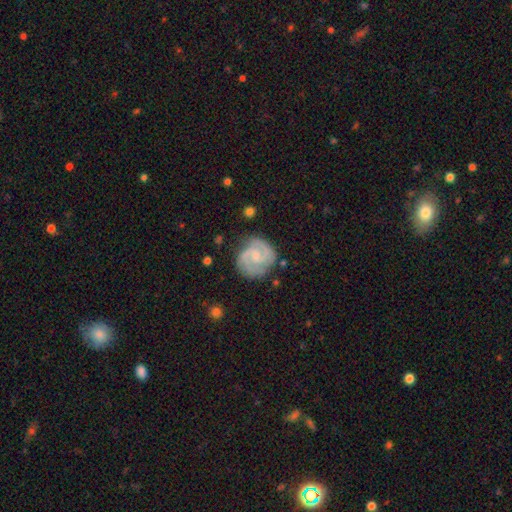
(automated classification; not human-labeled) Smooth or featured?
  - featured or disk: 88% *
  - smooth: 8%
  - star or artifact: 5%
Edge-on disk?
  - no: 98% *
  - yes: 2%
Bar?
  - no: 48% *
  - weak: 44%
  - strong: 8%
Spiral arms?
  - yes: 98% *
  - no: 2%
Spiral winding?
  - tight: 49% *
  - medium: 44%
  - loose: 7%
Spiral arm count?
  - 2: 85% *
  - 3: 6%
  - can't tell: 4%
  - 1: 2%
  - 4: 1%
  - more than 4: 1%
Bulge size?
  - small: 57% *
  - none: 20%
  - moderate: 20%
  - large: 1%
  - dominant: 1%
Merging?
  - none: 78% *
  - minor disturbance: 15%
  - major disturbance: 5%
  - merger: 2%